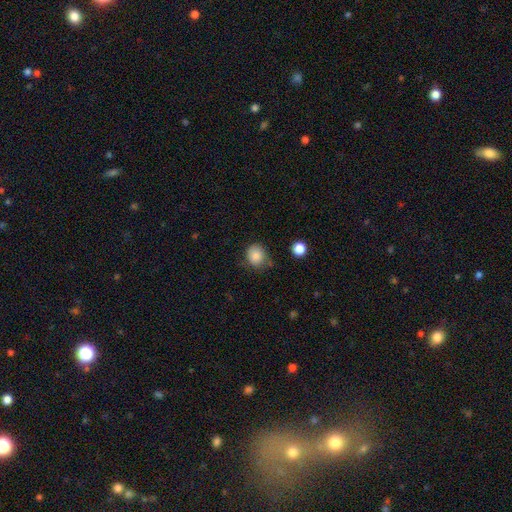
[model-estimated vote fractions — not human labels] Smooth or featured?
  - smooth: 84% *
  - star or artifact: 9%
  - featured or disk: 7%
How rounded?
  - round: 71% *
  - in between: 28%
  - cigar-shaped: 1%
Merging?
  - none: 67% *
  - minor disturbance: 23%
  - major disturbance: 5%
  - merger: 4%